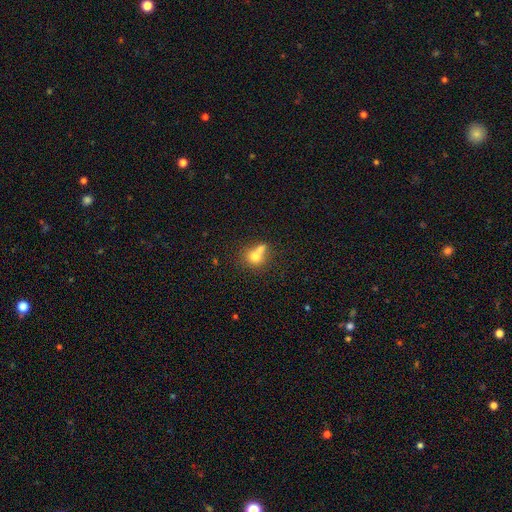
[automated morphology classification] smooth 71%, featured or disk 18%, star or artifact 11%. Down the decision tree: how rounded — round (67%); merging — merger (58%).